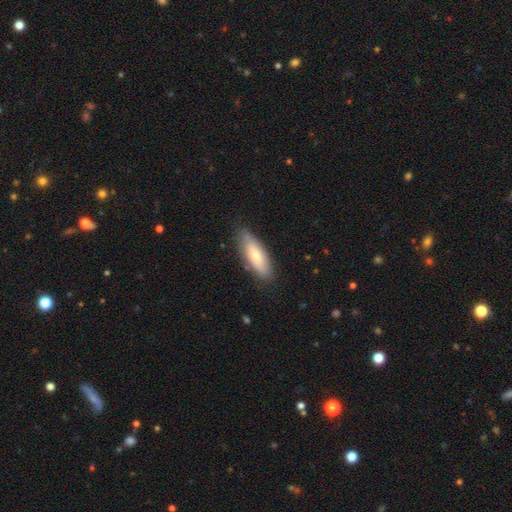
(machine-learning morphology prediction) A smooth galaxy with no disk features (67%) that is in between round and cigar-shaped (64%).

Vote fractions:
- Smooth or featured? smooth: 67% / featured or disk: 27% / star or artifact: 6%
- How rounded? in between: 64% / cigar-shaped: 34% / round: 2%
- Merging? none: 82% / minor disturbance: 14% / major disturbance: 3% / merger: 2%